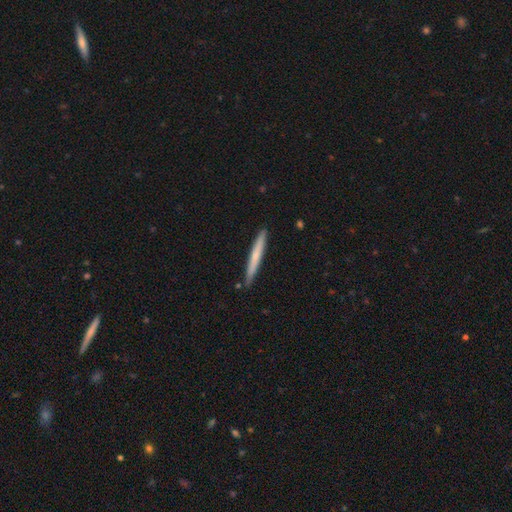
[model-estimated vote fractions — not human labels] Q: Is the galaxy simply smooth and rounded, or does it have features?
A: smooth — 61%.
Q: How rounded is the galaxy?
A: cigar-shaped — 97%.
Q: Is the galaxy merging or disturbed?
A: none — 90%.